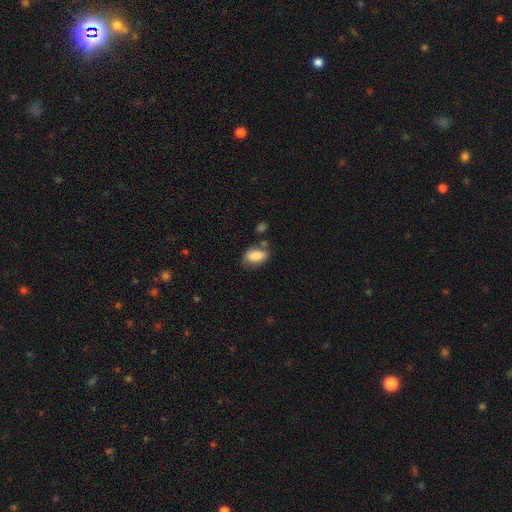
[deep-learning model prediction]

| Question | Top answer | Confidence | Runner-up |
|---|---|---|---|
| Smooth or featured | smooth | 84% | featured or disk (9%) |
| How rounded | in between | 91% | round (6%) |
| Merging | none | 64% | minor disturbance (21%) |